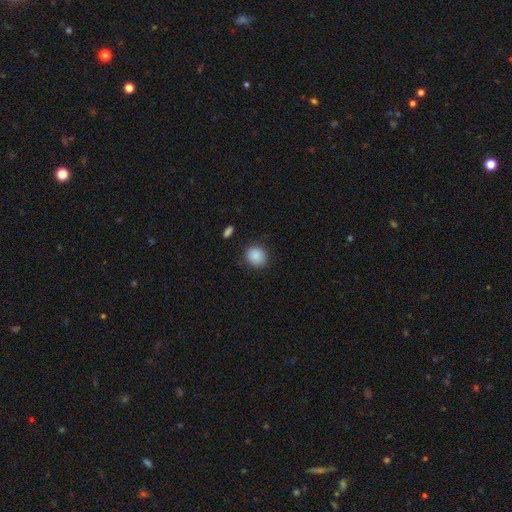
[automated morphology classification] Smooth or featured?
  - smooth: 88% *
  - star or artifact: 8%
  - featured or disk: 3%
How rounded?
  - round: 76% *
  - in between: 23%
  - cigar-shaped: 1%
Merging?
  - none: 86% *
  - minor disturbance: 9%
  - major disturbance: 3%
  - merger: 2%